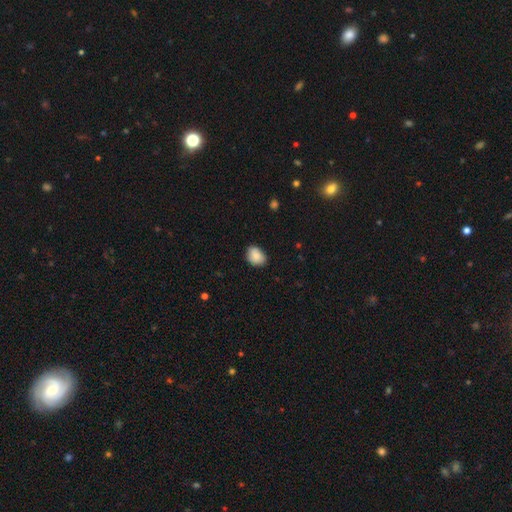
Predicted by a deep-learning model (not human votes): Smooth or featured?
  - smooth: 85% *
  - star or artifact: 7%
  - featured or disk: 7%
How rounded?
  - in between: 66% *
  - round: 33%
  - cigar-shaped: 1%
Merging?
  - none: 77% *
  - minor disturbance: 19%
  - major disturbance: 3%
  - merger: 1%